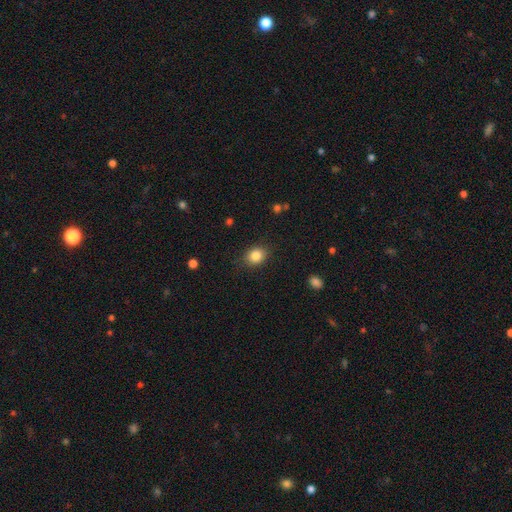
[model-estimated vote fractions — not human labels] This appears to be a smooth galaxy with no disk features (85%) that is round (57%). Merging: none (84%).